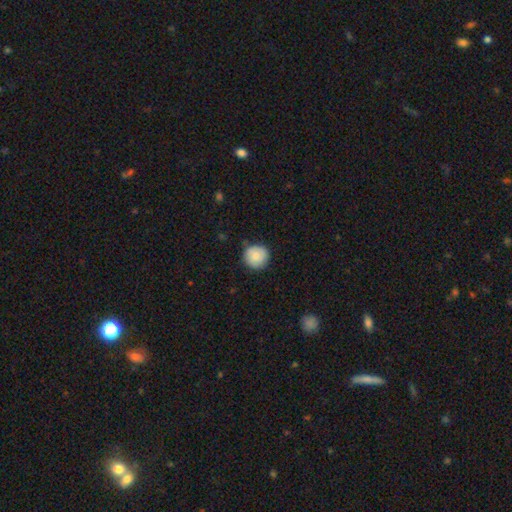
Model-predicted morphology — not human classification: Overall: smooth (82%). How rounded: round (93%). Merging: none (79%).